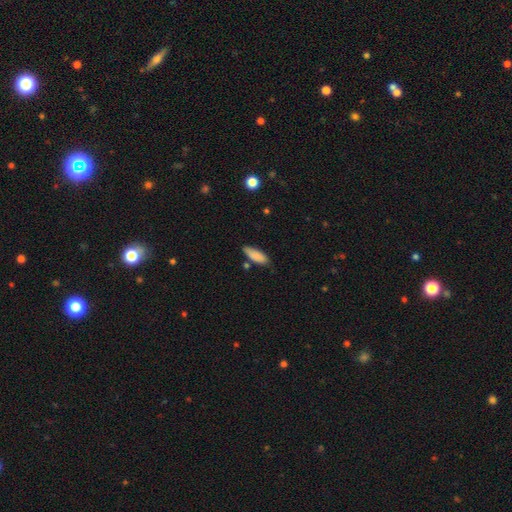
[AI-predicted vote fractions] smooth-or-featured: smooth: 86% | featured or disk: 7% | star or artifact: 7%
  how-rounded: in between: 67% | cigar-shaped: 31% | round: 2%
  merging: none: 72% | minor disturbance: 20% | merger: 5% | major disturbance: 3%